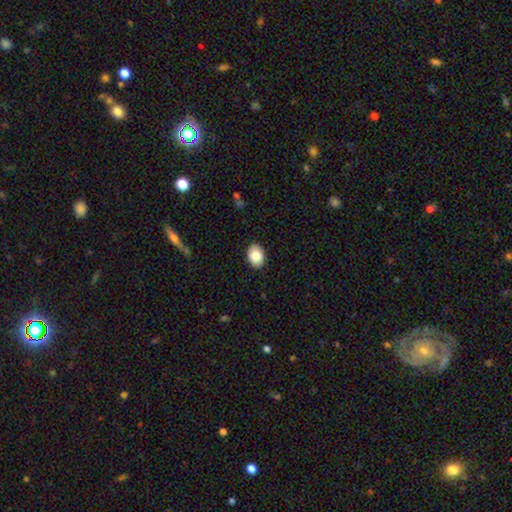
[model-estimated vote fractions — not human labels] Smooth or featured?
  - smooth: 85% *
  - featured or disk: 8%
  - star or artifact: 7%
How rounded?
  - in between: 75% *
  - round: 24%
  - cigar-shaped: 1%
Merging?
  - none: 90% *
  - minor disturbance: 8%
  - major disturbance: 2%
  - merger: 1%